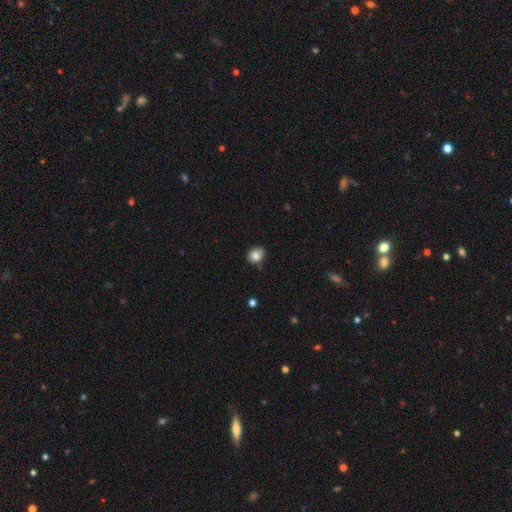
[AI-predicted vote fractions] Smooth or featured?
  - smooth: 80% *
  - featured or disk: 11%
  - star or artifact: 9%
How rounded?
  - in between: 52% *
  - round: 47%
  - cigar-shaped: 1%
Merging?
  - none: 69% *
  - minor disturbance: 24%
  - major disturbance: 4%
  - merger: 3%